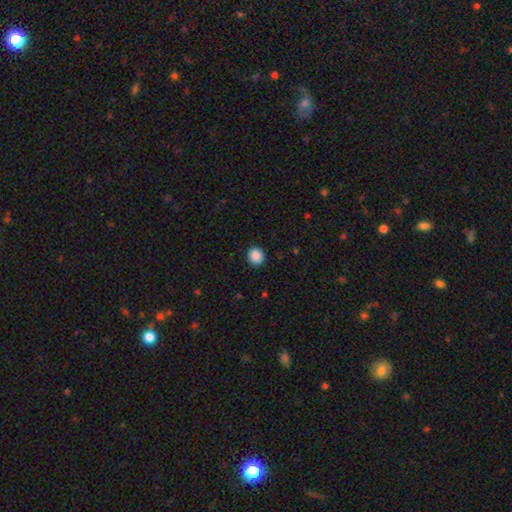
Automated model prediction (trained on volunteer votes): smooth-or-featured: smooth: 89% | star or artifact: 9% | featured or disk: 3%
  how-rounded: round: 79% | in between: 20% | cigar-shaped: 1%
  merging: none: 91% | minor disturbance: 6% | major disturbance: 2% | merger: 1%